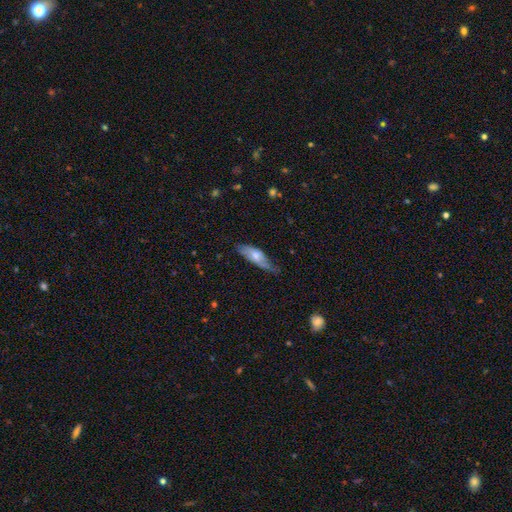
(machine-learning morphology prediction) Smooth or featured?
  - smooth: 57% *
  - featured or disk: 37%
  - star or artifact: 6%
How rounded?
  - in between: 63% *
  - cigar-shaped: 35%
  - round: 2%
Merging?
  - none: 47% *
  - minor disturbance: 37%
  - major disturbance: 13%
  - merger: 2%